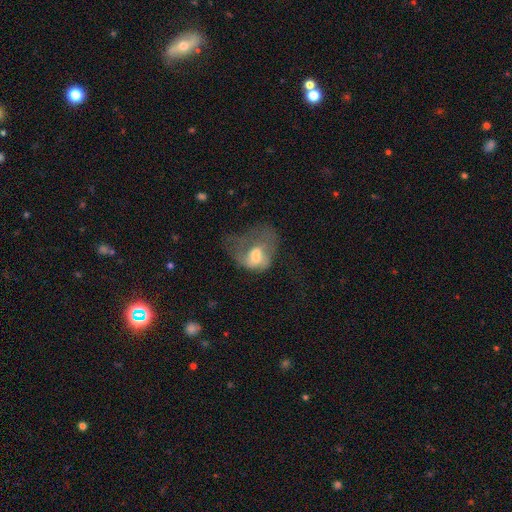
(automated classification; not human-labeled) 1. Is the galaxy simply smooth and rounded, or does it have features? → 49% smooth, 40% featured or disk, 10% star or artifact.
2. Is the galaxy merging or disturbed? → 61% major disturbance, 17% minor disturbance, 16% none, 6% merger.